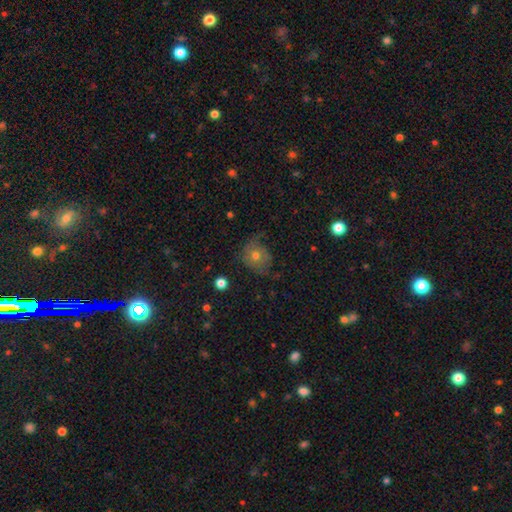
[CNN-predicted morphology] smooth 57%, featured or disk 31%, star or artifact 12%. Down the decision tree: how rounded — round (71%); merging — none (55%).